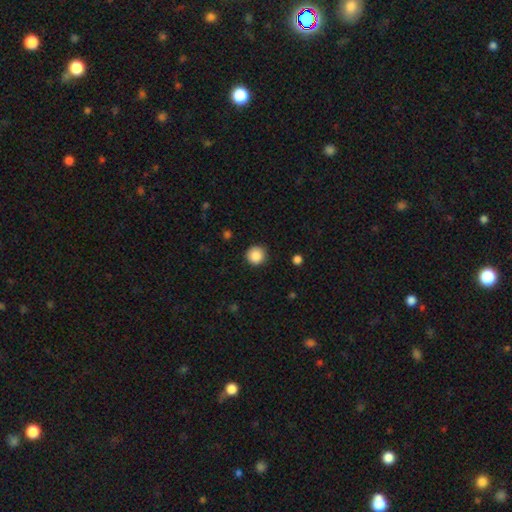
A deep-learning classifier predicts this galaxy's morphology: smooth_or_featured: smooth (p=0.88) [alt: star or artifact p=0.09]
how_rounded: round (p=0.95) [alt: in between p=0.04]
merging: none (p=0.91) [alt: minor disturbance p=0.06]